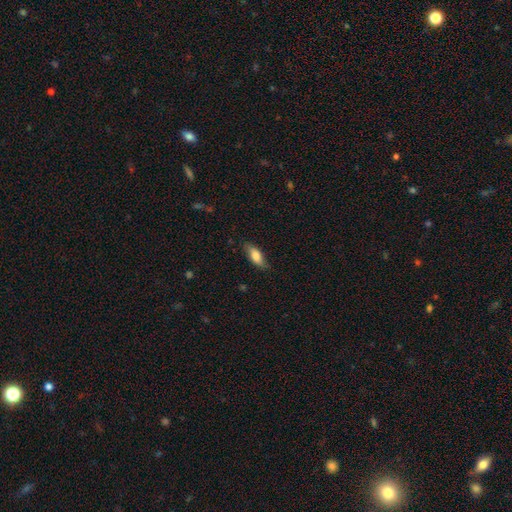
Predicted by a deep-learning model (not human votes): smooth-or-featured: smooth: 75% | featured or disk: 18% | star or artifact: 7%
  how-rounded: in between: 76% | cigar-shaped: 21% | round: 3%
  merging: none: 75% | minor disturbance: 19% | major disturbance: 4% | merger: 1%